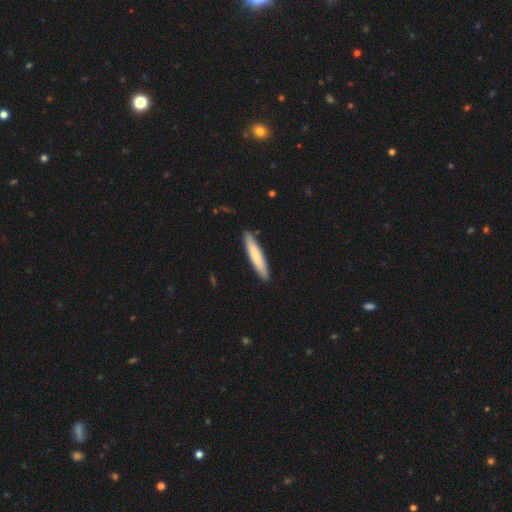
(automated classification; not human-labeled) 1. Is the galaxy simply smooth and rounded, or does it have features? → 70% smooth, 25% featured or disk, 5% star or artifact.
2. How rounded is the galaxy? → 89% cigar-shaped, 9% in between, 1% round.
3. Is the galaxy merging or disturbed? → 88% none, 9% minor disturbance, 1% merger, 1% major disturbance.